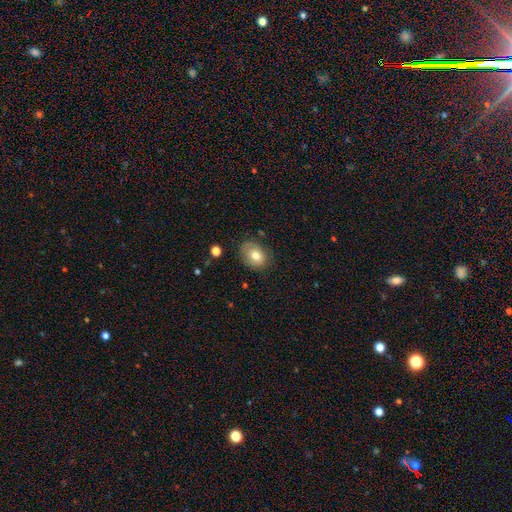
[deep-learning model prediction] smooth-or-featured: smooth: 71% | featured or disk: 20% | star or artifact: 9%
  how-rounded: in between: 63% | round: 36% | cigar-shaped: 1%
  merging: none: 72% | minor disturbance: 21% | major disturbance: 5% | merger: 2%